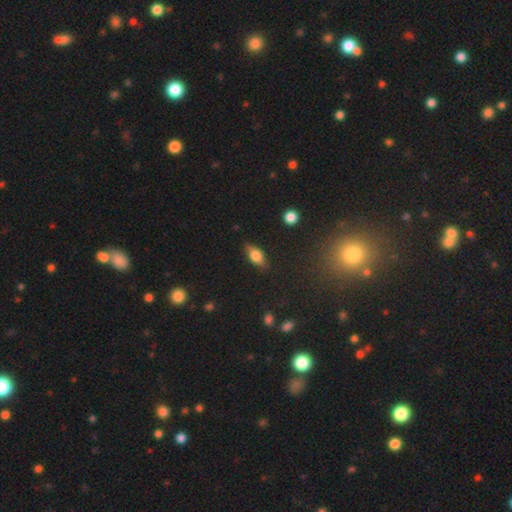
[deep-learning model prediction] smooth 61%, featured or disk 31%, star or artifact 8%. Down the decision tree: how rounded — in between (77%); merging — none (83%).